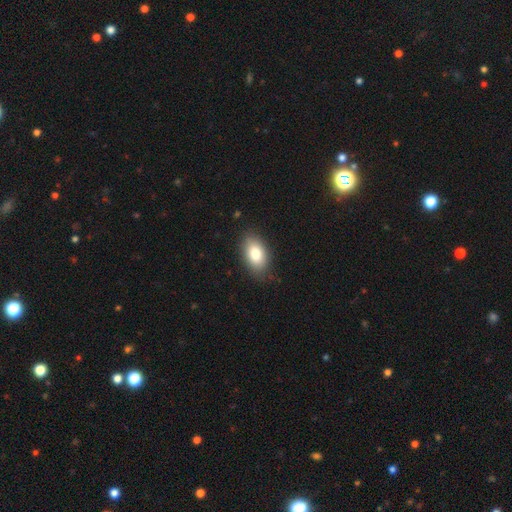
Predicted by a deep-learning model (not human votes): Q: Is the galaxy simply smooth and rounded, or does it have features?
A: smooth — 82%.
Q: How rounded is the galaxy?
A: in between — 90%.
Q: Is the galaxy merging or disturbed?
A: none — 81%.